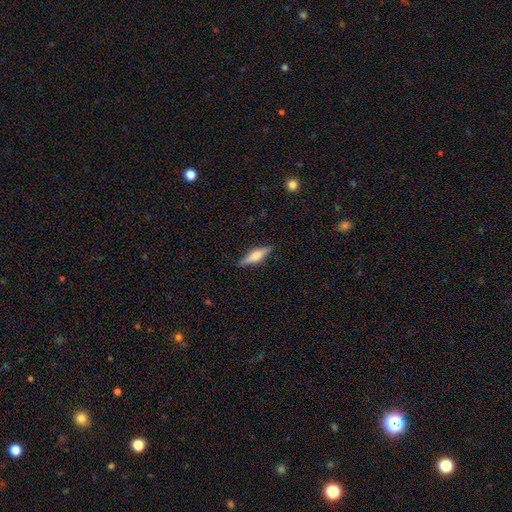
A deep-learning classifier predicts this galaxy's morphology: Q: Smooth or featured?
A: featured or disk (51%); runner-up: smooth (42%)
Q: Edge-on disk?
A: yes (95%); runner-up: no (5%)
Q: Merging?
A: none (88%); runner-up: minor disturbance (9%)